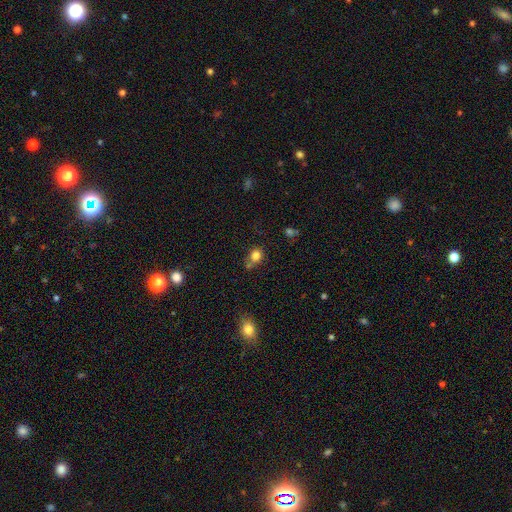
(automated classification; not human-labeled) Overall: smooth (79%). How rounded: round (74%). Merging: none (55%; merger 20%).